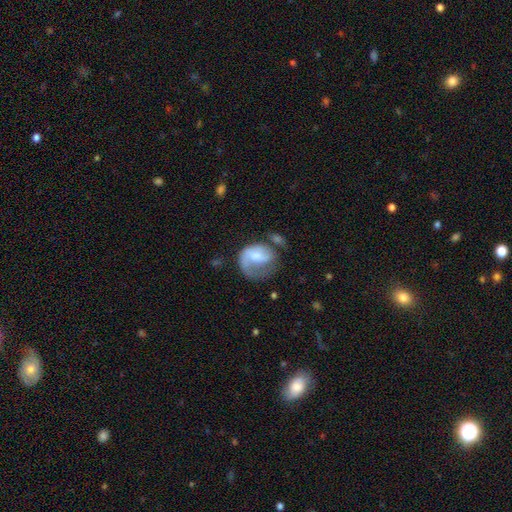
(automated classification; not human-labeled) smooth-or-featured: featured or disk: 56% | smooth: 37% | star or artifact: 7%
  disk-edge-on: no: 98% | yes: 2%
    bar: no: 54% | weak: 37% | strong: 9%
    has-spiral-arms: yes: 78% | no: 22%
    bulge-size: moderate: 37% | small: 31% | none: 19% | large: 11% | dominant: 2%
  merging: major disturbance: 38% | none: 32% | minor disturbance: 22% | merger: 8%